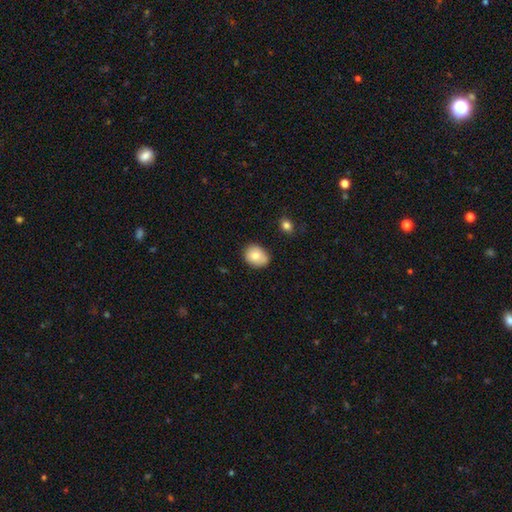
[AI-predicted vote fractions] Smooth or featured? smooth (81%)
How rounded? in between (54%)
Merging? none (72%)